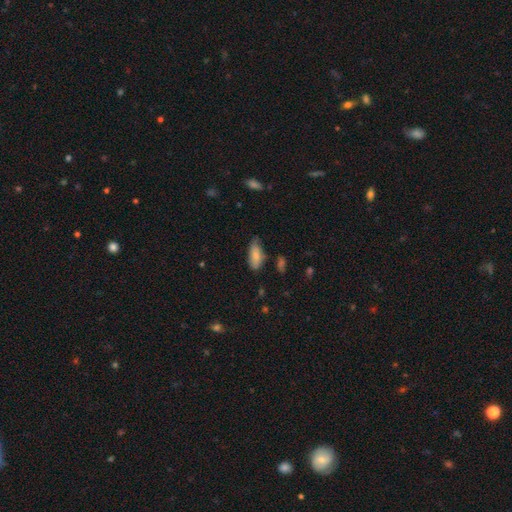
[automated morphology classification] This is clearly a smooth galaxy (81%). How rounded: clearly in between (83%). Merging: possibly none (57%).